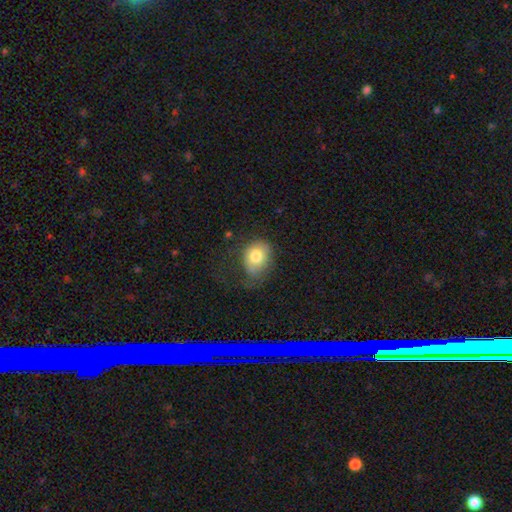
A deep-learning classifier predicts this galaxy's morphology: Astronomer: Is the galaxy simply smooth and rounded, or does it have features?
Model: smooth — 77%.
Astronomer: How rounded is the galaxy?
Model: in between — 54% (runner-up: round, 45%).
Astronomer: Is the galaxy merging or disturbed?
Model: none — 46% (runner-up: minor disturbance, 30%).